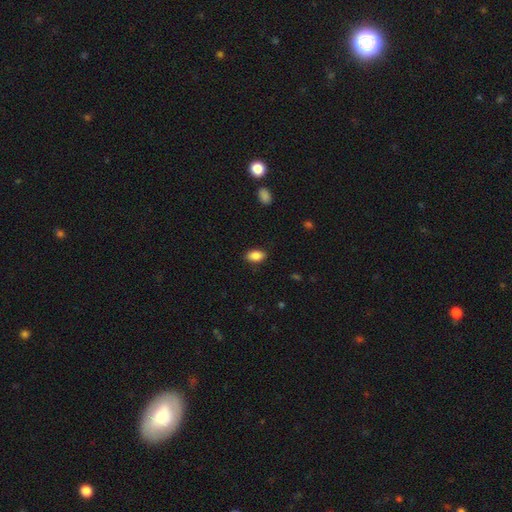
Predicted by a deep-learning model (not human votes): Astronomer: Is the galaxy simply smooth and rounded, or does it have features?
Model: smooth — 87%.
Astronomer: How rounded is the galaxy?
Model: in between — 91%.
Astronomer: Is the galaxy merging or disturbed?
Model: none — 85%.